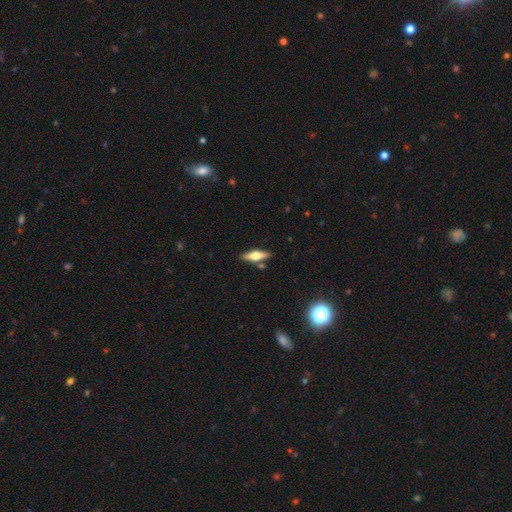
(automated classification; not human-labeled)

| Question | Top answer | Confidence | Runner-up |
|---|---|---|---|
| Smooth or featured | featured or disk | 50% | smooth (43%) |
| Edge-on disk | yes | 93% | no (7%) |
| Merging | none | 82% | minor disturbance (10%) |